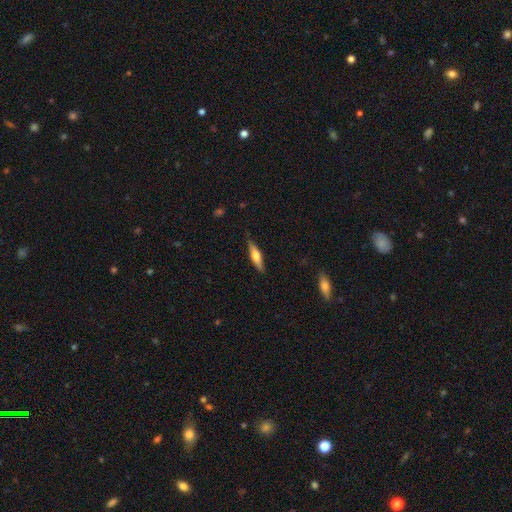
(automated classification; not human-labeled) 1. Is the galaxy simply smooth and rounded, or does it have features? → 48% smooth, 46% featured or disk, 6% star or artifact.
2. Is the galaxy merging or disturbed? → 82% none, 14% minor disturbance, 2% major disturbance, 1% merger.